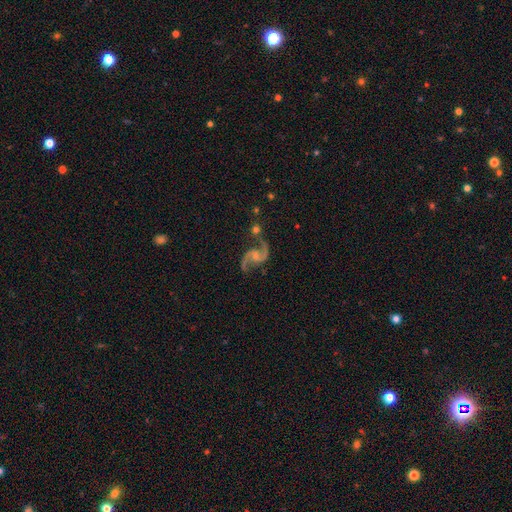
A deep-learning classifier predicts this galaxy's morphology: Smooth or featured?
  - featured or disk: 92% *
  - star or artifact: 4%
  - smooth: 3%
Edge-on disk?
  - no: 98% *
  - yes: 2%
Bar?
  - no: 54% *
  - weak: 37%
  - strong: 9%
Spiral arms?
  - yes: 98% *
  - no: 2%
Spiral winding?
  - loose: 55% *
  - medium: 39%
  - tight: 7%
Spiral arm count?
  - 2: 94% *
  - 1: 1%
  - can't tell: 1%
  - 3: 1%
  - 4: 1%
  - more than 4: 1%
Bulge size?
  - small: 57% *
  - moderate: 32%
  - none: 8%
  - large: 2%
  - dominant: 1%
Merging?
  - none: 66% *
  - minor disturbance: 16%
  - merger: 10%
  - major disturbance: 8%